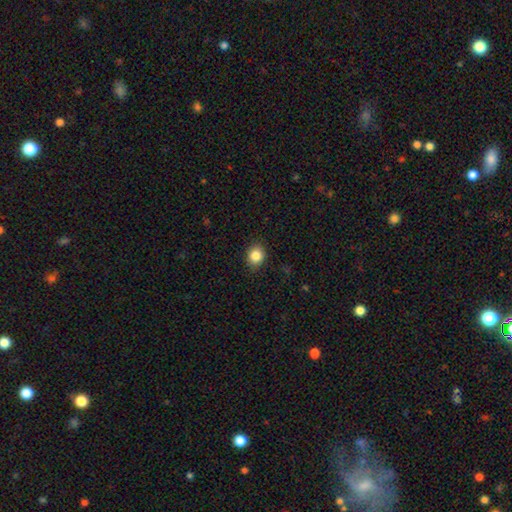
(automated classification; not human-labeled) Q: Smooth or featured?
A: smooth (86%); runner-up: star or artifact (10%)
Q: How rounded?
A: round (67%); runner-up: in between (32%)
Q: Merging?
A: none (90%); runner-up: minor disturbance (7%)